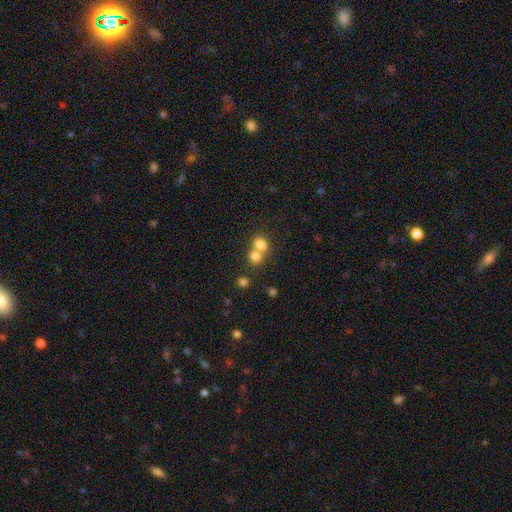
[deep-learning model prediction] This appears to be a smooth galaxy with no disk features (76%) that is round (71%). Merging: merger (58%).